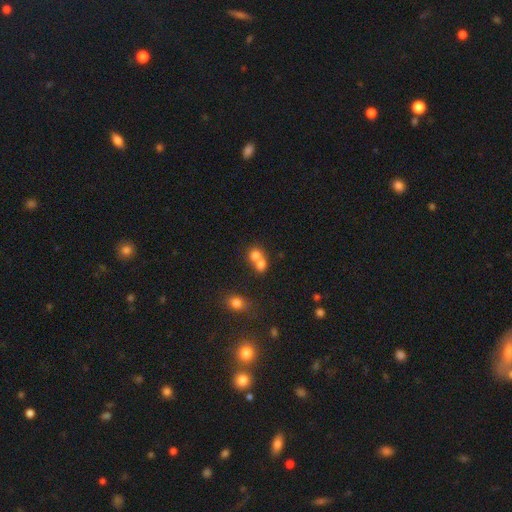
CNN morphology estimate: Smooth or featured: smooth — 74% (featured or disk — 15%)
How rounded: round — 71% (in between — 28%)
Merging: merger — 67% (none — 26%)